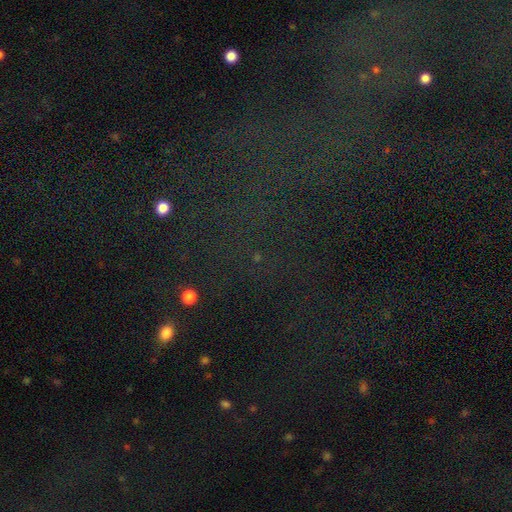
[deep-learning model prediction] Morphology: type=star or artifact (72%).